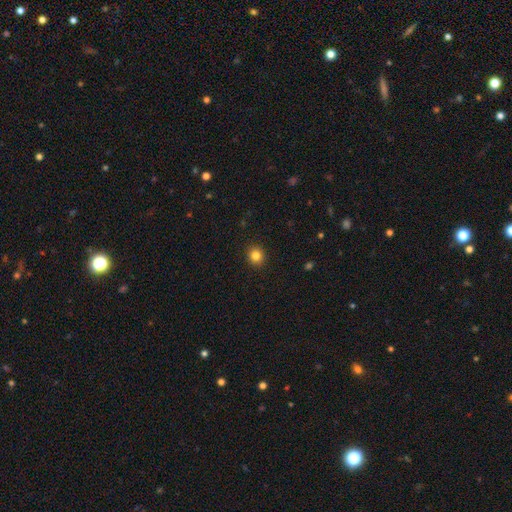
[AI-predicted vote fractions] A smooth galaxy with no disk features (83%) that is round (90%).

Vote fractions:
- Smooth or featured? smooth: 83% / star or artifact: 12% / featured or disk: 5%
- How rounded? round: 90% / in between: 9% / cigar-shaped: 1%
- Merging? none: 93% / minor disturbance: 5% / major disturbance: 2% / merger: 1%